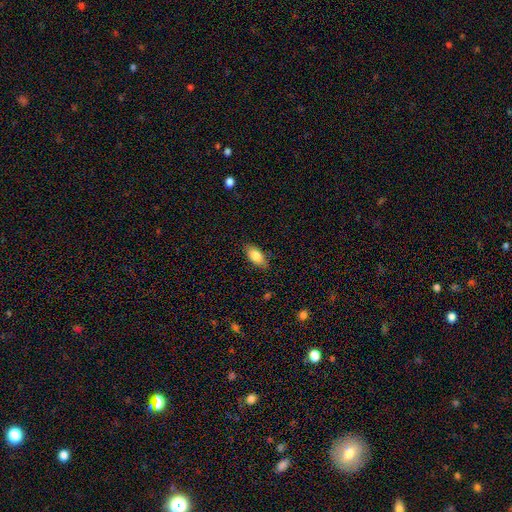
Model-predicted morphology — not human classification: A smooth galaxy with no disk features (84%) that is in between round and cigar-shaped (90%). Merging: none (84%).